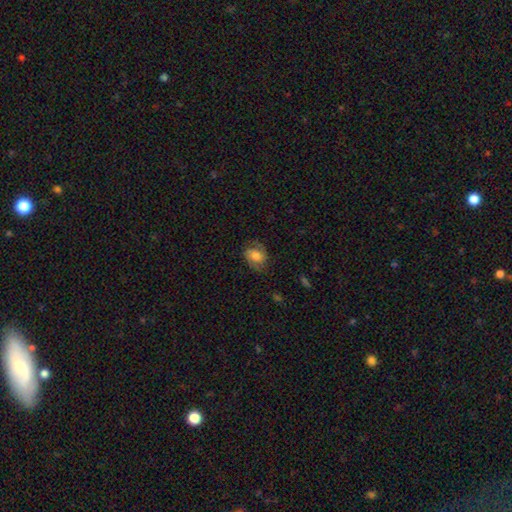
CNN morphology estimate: smooth_or_featured: smooth (p=0.58) [alt: featured or disk p=0.33]
how_rounded: in between (p=0.61) [alt: round p=0.37]
merging: none (p=0.68) [alt: minor disturbance p=0.21]